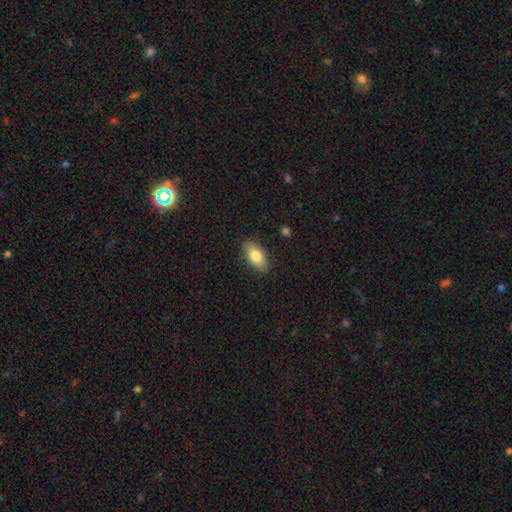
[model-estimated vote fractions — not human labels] smooth 78%, featured or disk 15%, star or artifact 7%. Down the decision tree: how rounded — in between (88%); merging — none (87%).